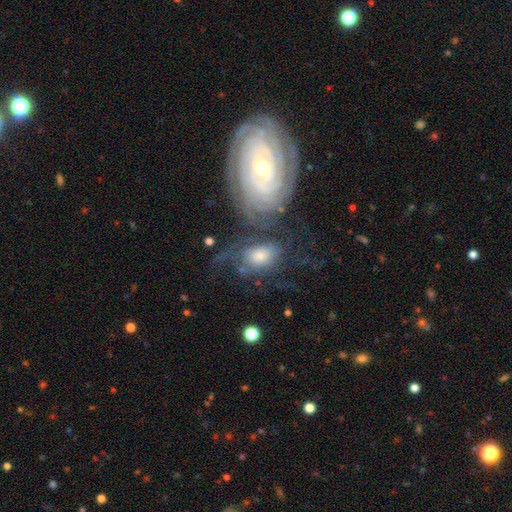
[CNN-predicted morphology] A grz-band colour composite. It shows a featured or disk galaxy (70%) with no bar (65%), tight (71%) spiral arms (91%) and a small central bulge (48%). Merging: none (52%).